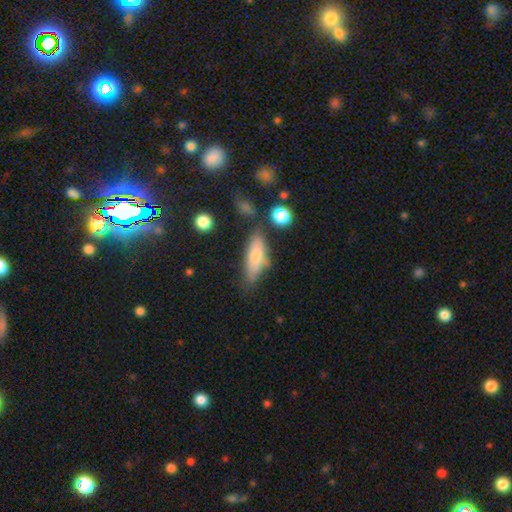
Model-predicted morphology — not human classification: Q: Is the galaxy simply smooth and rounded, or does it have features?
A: smooth — 56%.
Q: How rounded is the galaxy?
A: in between — 50%.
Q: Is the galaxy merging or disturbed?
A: none — 67%.